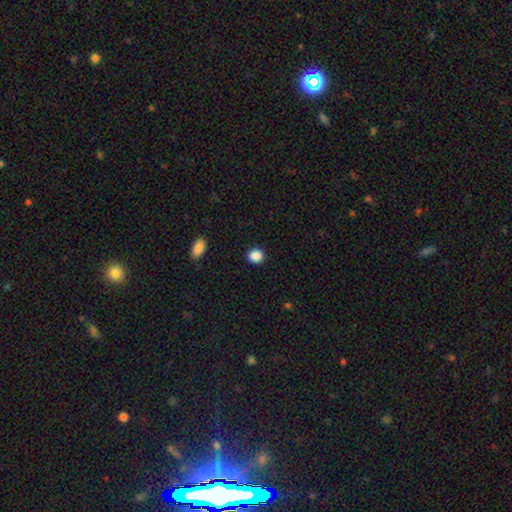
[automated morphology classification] type=smooth (88%); roundness=round (82%); merging=none (91%).